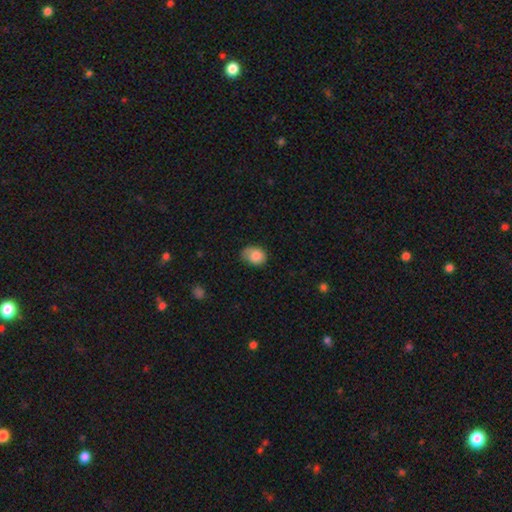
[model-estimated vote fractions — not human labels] This appears to be a smooth galaxy with no disk features (82%) that is in between round and cigar-shaped (65%). Merging: none (52%).